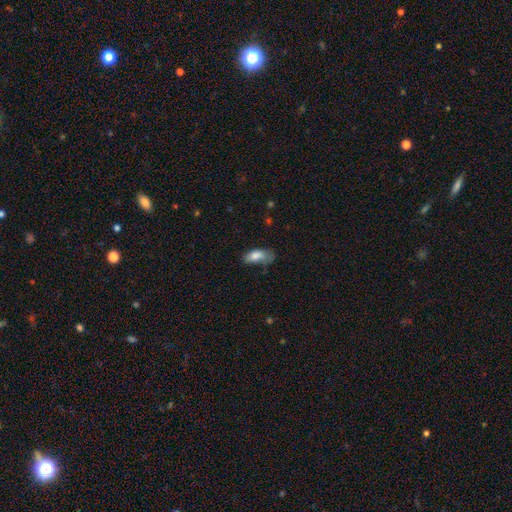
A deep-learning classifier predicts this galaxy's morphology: smooth-or-featured: smooth: 77% | featured or disk: 15% | star or artifact: 8%
  how-rounded: in between: 84% | cigar-shaped: 12% | round: 3%
  merging: minor disturbance: 36% | none: 34% | major disturbance: 25% | merger: 5%